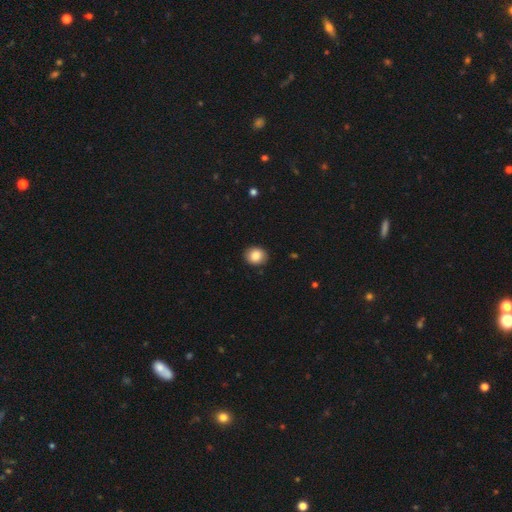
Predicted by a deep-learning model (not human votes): Q: Smooth or featured?
A: smooth (85%); runner-up: star or artifact (8%)
Q: How rounded?
A: round (59%); runner-up: in between (40%)
Q: Merging?
A: none (89%); runner-up: minor disturbance (8%)